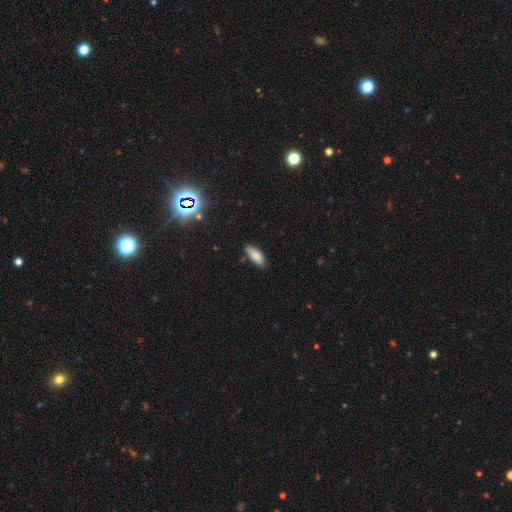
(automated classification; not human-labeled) This appears to be a smooth galaxy with no disk features (80%) that is in between round and cigar-shaped (76%). Merging: none (74%).